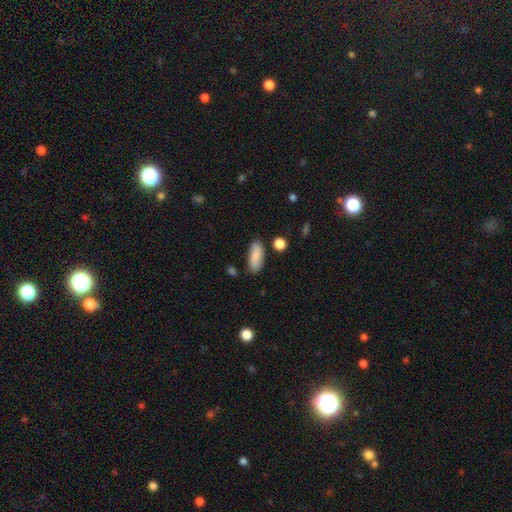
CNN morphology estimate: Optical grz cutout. It shows a smooth galaxy with no disk features (86%) that is in between round and cigar-shaped (78%). Merging: none (80%).